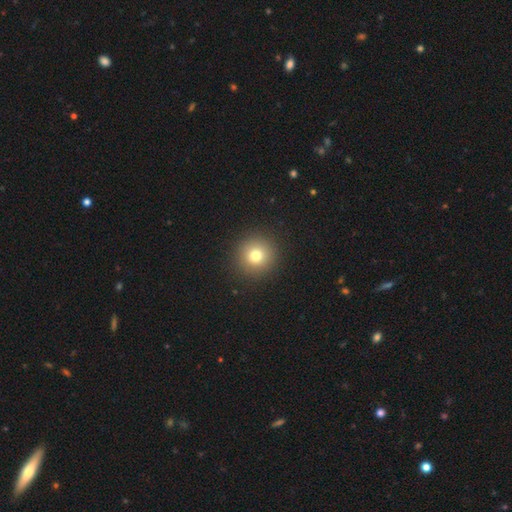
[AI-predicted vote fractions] Morphology: type=smooth (77%); roundness=round (95%); merging=none (92%).